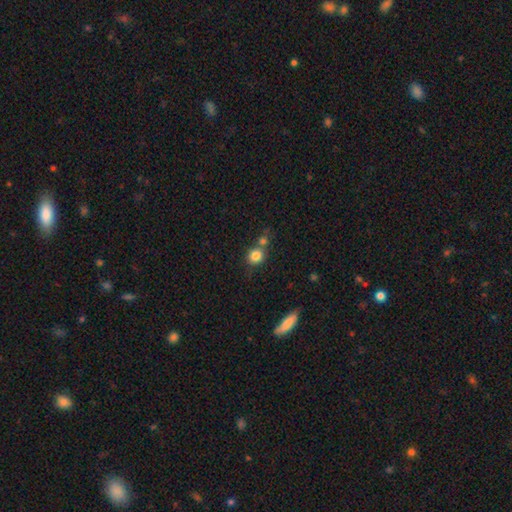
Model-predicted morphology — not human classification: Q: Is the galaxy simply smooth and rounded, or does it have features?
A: smooth — 83%.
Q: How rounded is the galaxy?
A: round — 86%.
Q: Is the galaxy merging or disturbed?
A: none — 57%.